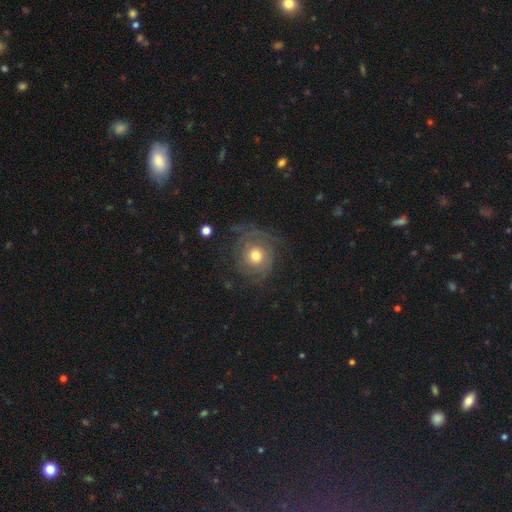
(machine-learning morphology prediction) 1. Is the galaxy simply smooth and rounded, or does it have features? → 70% featured or disk, 22% smooth, 8% star or artifact.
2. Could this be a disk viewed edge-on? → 97% no, 3% yes.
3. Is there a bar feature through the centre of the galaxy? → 83% no, 14% weak, 3% strong.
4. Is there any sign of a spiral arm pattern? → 86% yes, 14% no.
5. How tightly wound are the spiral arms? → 62% tight, 26% medium, 12% loose.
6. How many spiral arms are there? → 36% can't tell, 29% 2, 15% 3, 8% 1, 7% 4, 6% more than 4.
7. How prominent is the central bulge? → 71% moderate, 13% large, 13% small, 1% dominant, 1% none.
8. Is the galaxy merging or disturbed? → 66% none, 18% minor disturbance, 15% major disturbance, 2% merger.